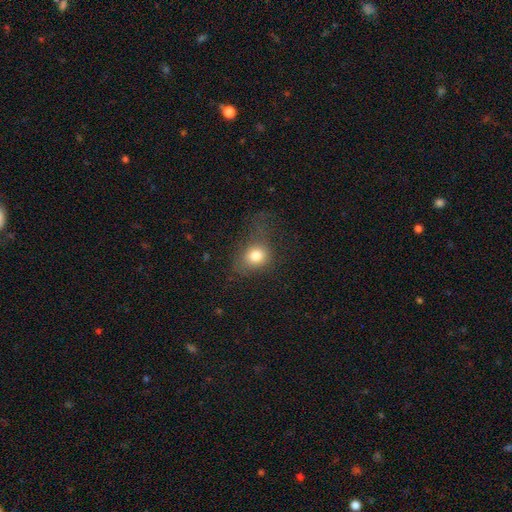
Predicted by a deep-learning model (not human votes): smooth 79%, star or artifact 12%, featured or disk 10%. Down the decision tree: how rounded — round (60%); merging — none (44%).